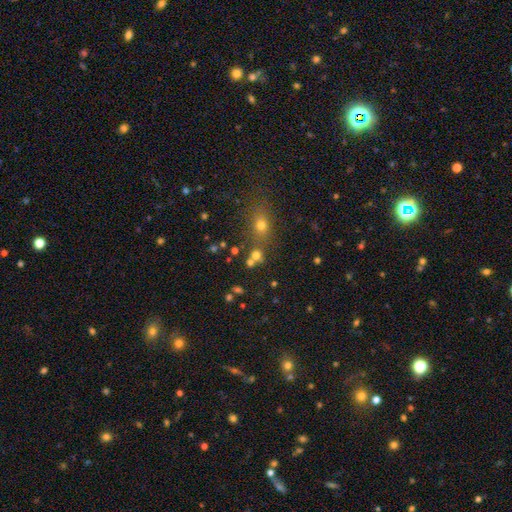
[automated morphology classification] Overall: smooth (63%; star or artifact 26%). How rounded: round (79%). Merging: none (57%; merger 29%).